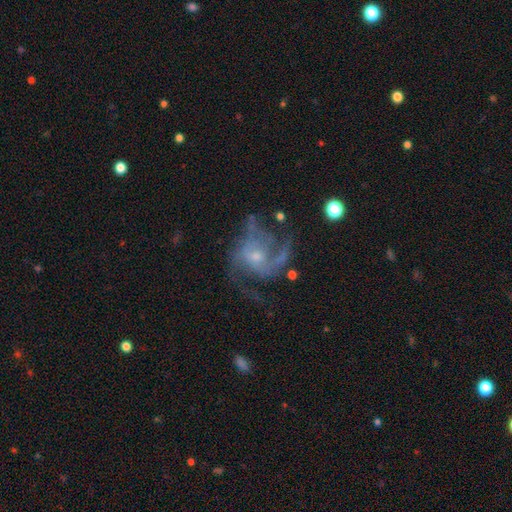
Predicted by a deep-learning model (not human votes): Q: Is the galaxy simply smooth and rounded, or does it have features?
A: featured or disk — 82%.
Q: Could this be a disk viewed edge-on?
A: no — 98%.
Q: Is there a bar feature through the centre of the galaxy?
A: no — 67%.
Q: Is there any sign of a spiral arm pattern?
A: yes — 89%.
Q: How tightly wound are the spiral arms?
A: medium — 48%.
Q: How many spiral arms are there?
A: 2 — 32%.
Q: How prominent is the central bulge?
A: small — 64%.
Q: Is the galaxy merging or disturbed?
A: none — 45%.